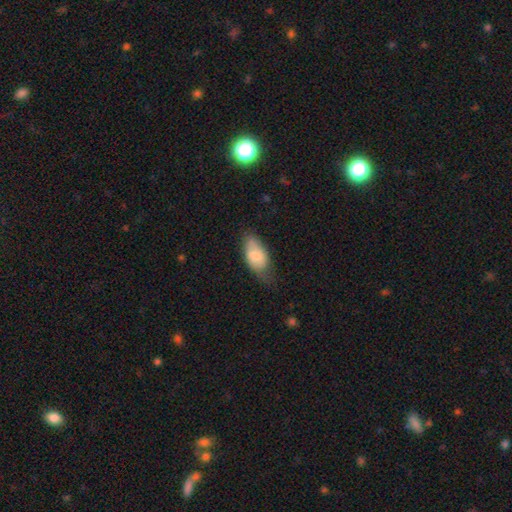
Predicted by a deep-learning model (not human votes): Overall: smooth (73%). How rounded: in between (92%). Merging: none (47%; minor disturbance 37%).